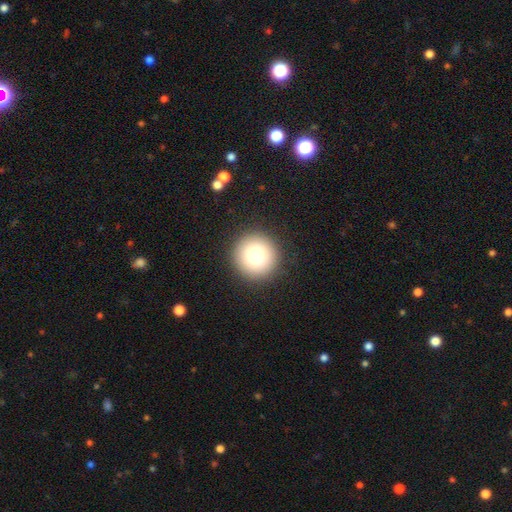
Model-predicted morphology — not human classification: smooth 83%, star or artifact 10%, featured or disk 8%. Down the decision tree: how rounded — round (93%); merging — none (91%).